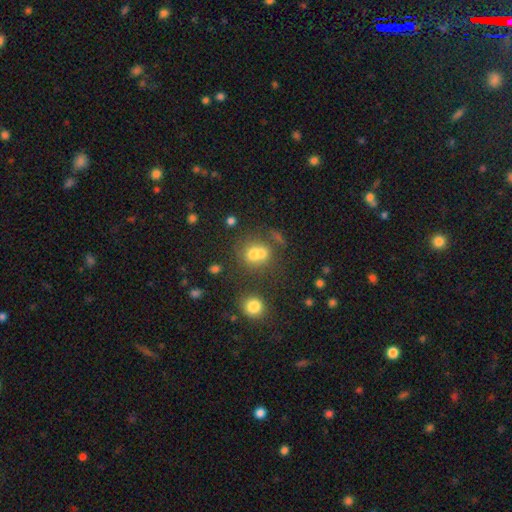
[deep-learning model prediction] Smooth or featured?
  - smooth: 58% *
  - star or artifact: 28%
  - featured or disk: 14%
How rounded?
  - round: 70% *
  - in between: 28%
  - cigar-shaped: 1%
Merging?
  - none: 48% *
  - merger: 37%
  - minor disturbance: 9%
  - major disturbance: 5%